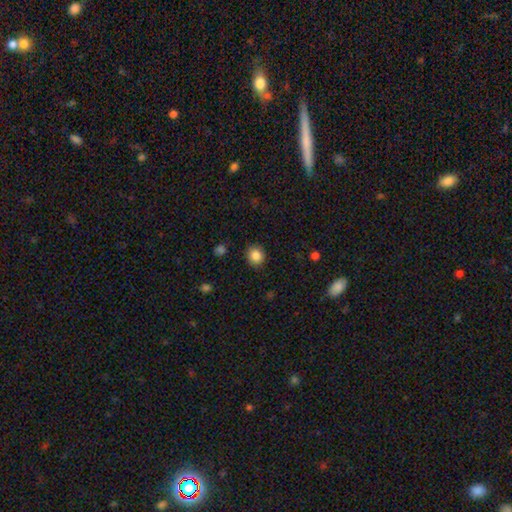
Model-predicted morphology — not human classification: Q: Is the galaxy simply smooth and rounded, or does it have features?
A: smooth — 85%.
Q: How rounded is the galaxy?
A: round — 79%.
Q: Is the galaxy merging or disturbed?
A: none — 90%.